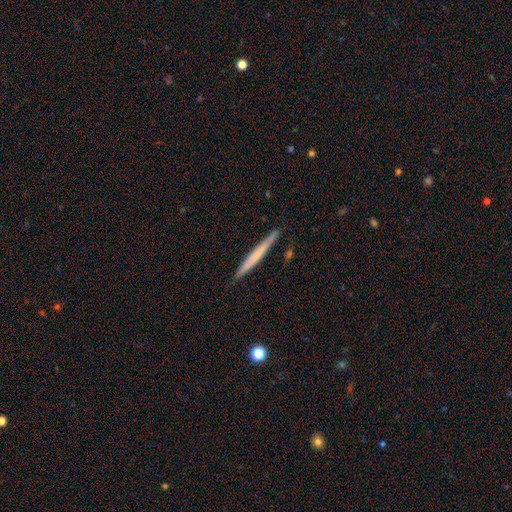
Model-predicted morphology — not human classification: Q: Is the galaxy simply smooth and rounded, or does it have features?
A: smooth — 54%.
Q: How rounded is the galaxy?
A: cigar-shaped — 97%.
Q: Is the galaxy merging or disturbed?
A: none — 89%.